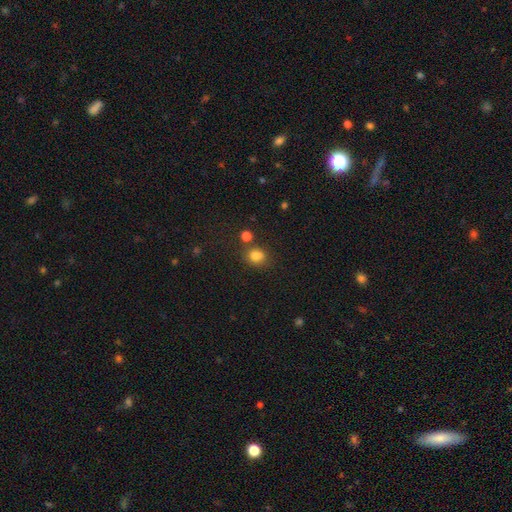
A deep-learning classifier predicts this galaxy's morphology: Smooth or featured? Predicted: smooth (p=0.80). How rounded? Predicted: round (p=0.62). Merging? Predicted: none (p=0.65).